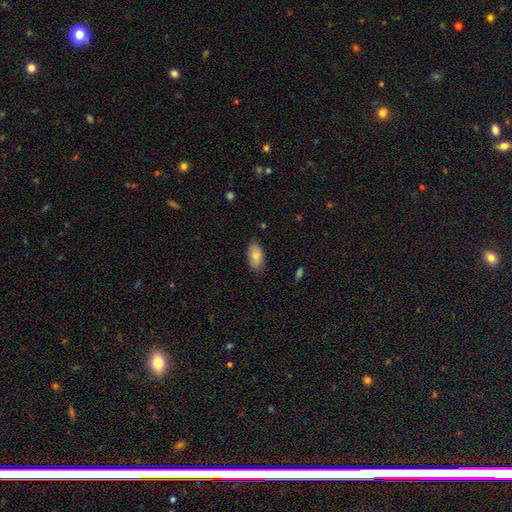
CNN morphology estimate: A smooth galaxy with no disk features (86%) that is in between round and cigar-shaped (93%). Merging: none (83%).